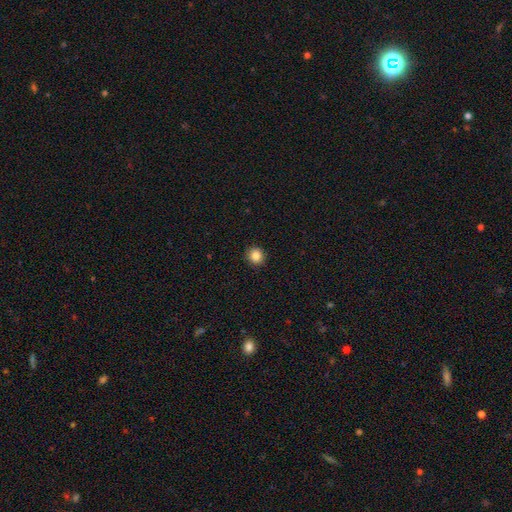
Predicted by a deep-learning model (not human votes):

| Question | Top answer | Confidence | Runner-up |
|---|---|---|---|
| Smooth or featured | smooth | 84% | star or artifact (11%) |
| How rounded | round | 88% | in between (11%) |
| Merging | none | 92% | minor disturbance (6%) |